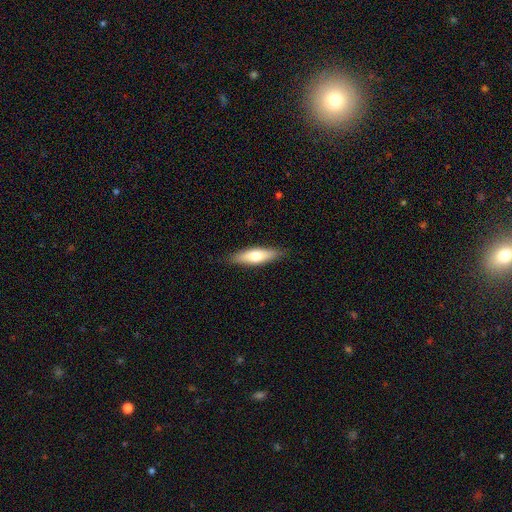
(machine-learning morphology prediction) Smooth or featured: smooth — 64% (featured or disk — 30%)
How rounded: cigar-shaped — 55% (in between — 43%)
Merging: none — 86% (minor disturbance — 11%)